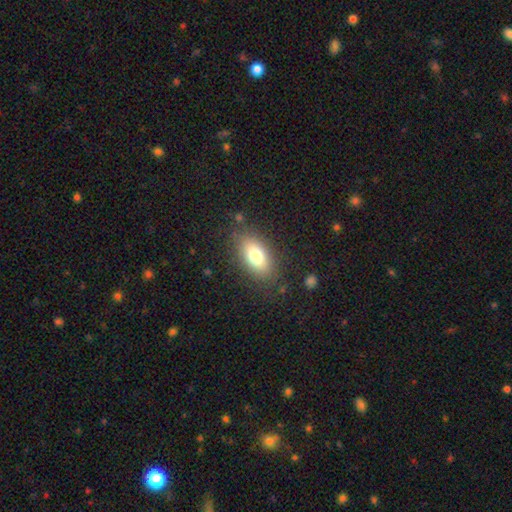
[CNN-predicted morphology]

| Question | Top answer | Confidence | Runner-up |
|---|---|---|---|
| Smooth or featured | smooth | 77% | featured or disk (14%) |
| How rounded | in between | 88% | round (6%) |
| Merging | none | 82% | minor disturbance (12%) |